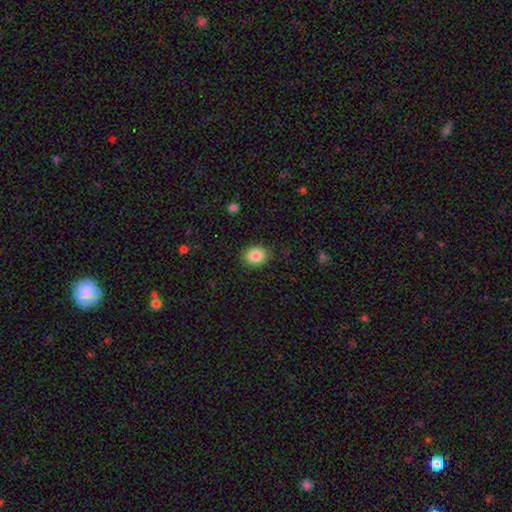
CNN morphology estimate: Smooth or featured? smooth (86%)
How rounded? in between (54%)
Merging? none (85%)